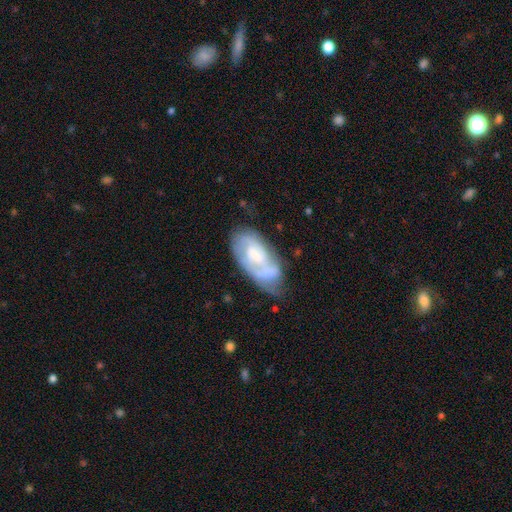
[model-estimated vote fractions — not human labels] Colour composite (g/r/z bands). It shows a featured or disk galaxy (63%) with no bar (61%), spiral arms (74%) and a moderate central bulge (35%). Merging: none (49%).